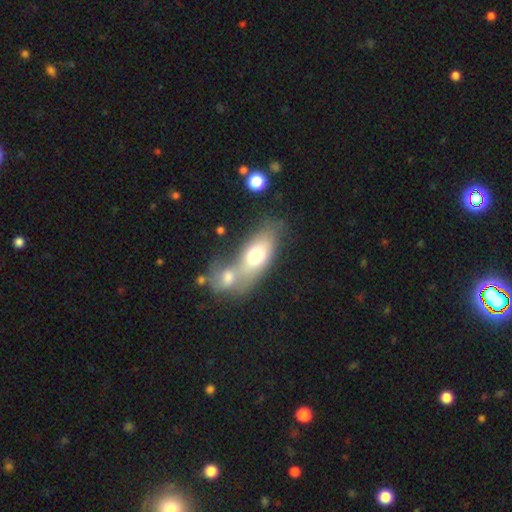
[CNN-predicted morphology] A smooth galaxy with no disk features (65%) that is in between round and cigar-shaped (81%). Merging: merger (60%).